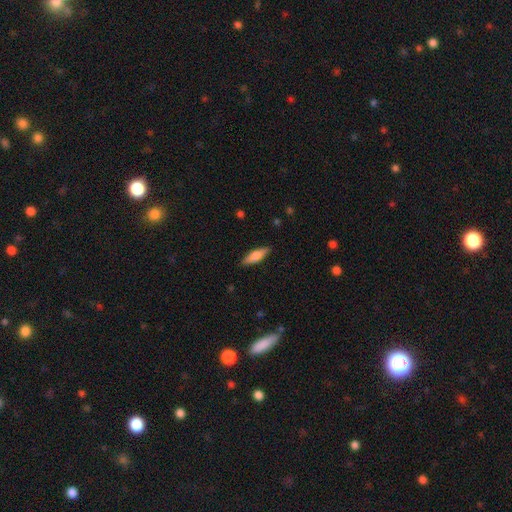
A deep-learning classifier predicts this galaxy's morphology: Smooth or featured? smooth (65%)
How rounded? cigar-shaped (58%)
Merging? none (88%)